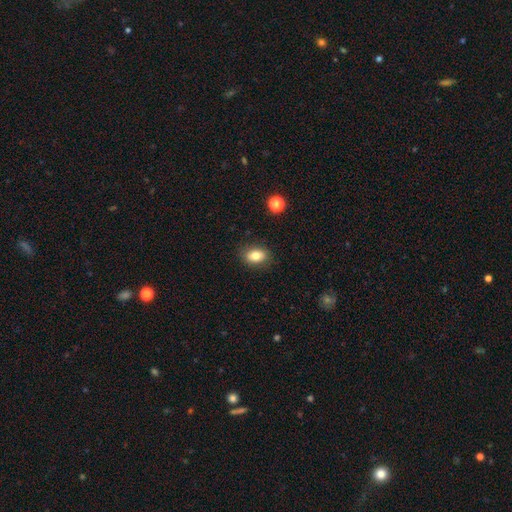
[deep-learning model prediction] The model was most divided on "how rounded": in between: 79%, round: 20%, cigar-shaped: 2%. More confident: merging — none (86%); smooth or featured — smooth (81%).